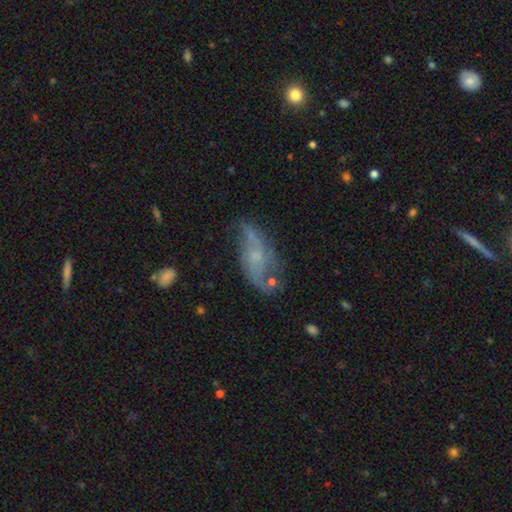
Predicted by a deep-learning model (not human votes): A featured or disk galaxy (61%) with no bar (71%), spiral arms (72%) and a small central bulge (59%). Merging: none (51%).